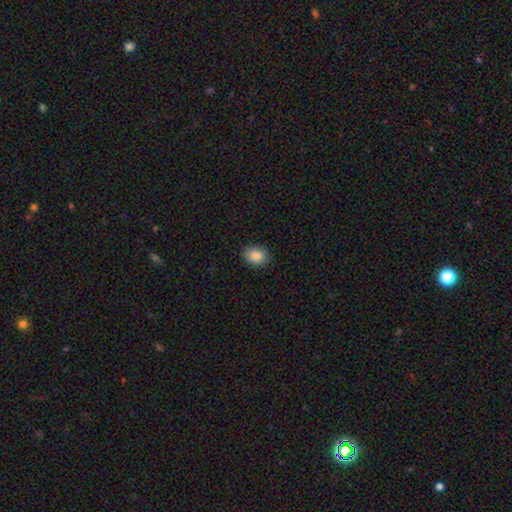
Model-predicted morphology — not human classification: The model was most divided on "how rounded": in between: 69%, round: 31%, cigar-shaped: 1%. More confident: merging — none (88%); smooth or featured — smooth (86%).